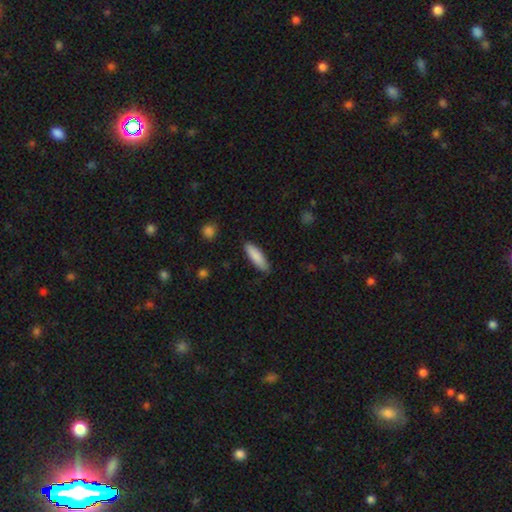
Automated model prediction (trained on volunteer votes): smooth_or_featured: smooth (p=0.86) [alt: featured or disk p=0.08]
how_rounded: cigar-shaped (p=0.57) [alt: in between p=0.42]
merging: none (p=0.85) [alt: minor disturbance p=0.12]